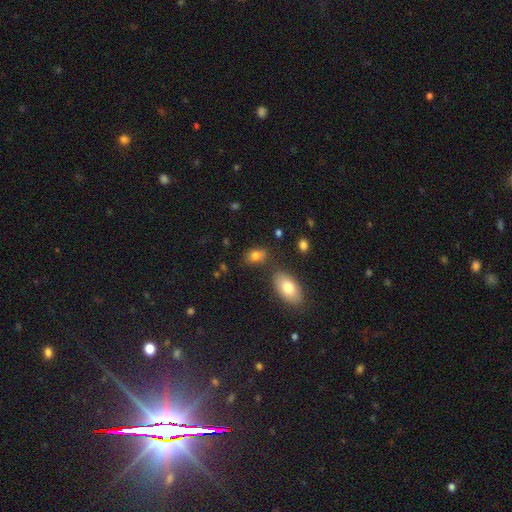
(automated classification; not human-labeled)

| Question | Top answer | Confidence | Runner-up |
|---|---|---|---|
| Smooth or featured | smooth | 80% | featured or disk (11%) |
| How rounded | in between | 83% | round (15%) |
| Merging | none | 69% | minor disturbance (16%) |